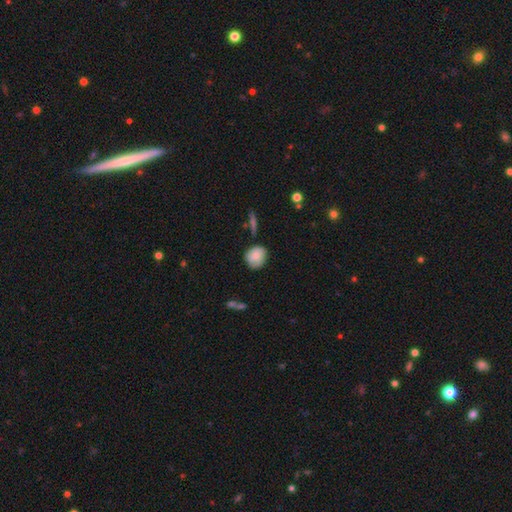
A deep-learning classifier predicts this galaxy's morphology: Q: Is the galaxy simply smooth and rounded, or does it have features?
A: smooth — 68%.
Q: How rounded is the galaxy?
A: round — 79%.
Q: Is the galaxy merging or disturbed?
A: none — 73%.